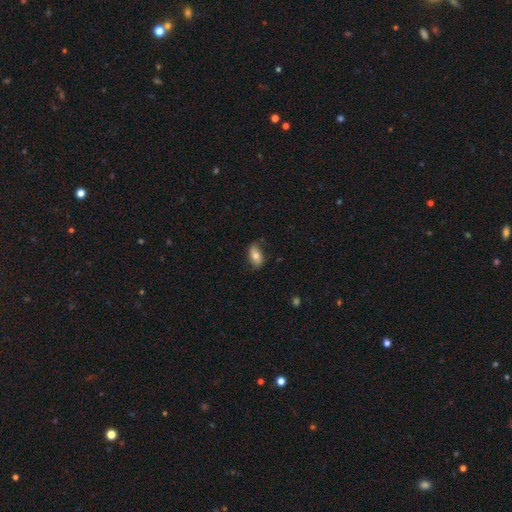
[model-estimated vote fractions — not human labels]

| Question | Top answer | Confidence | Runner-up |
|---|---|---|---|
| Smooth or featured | smooth | 62% | featured or disk (30%) |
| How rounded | in between | 90% | round (6%) |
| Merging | none | 68% | minor disturbance (24%) |